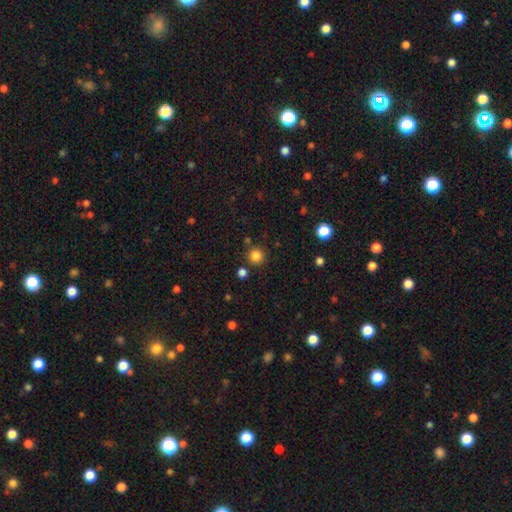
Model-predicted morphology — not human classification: Smooth or featured? smooth (83%)
How rounded? round (94%)
Merging? none (84%)